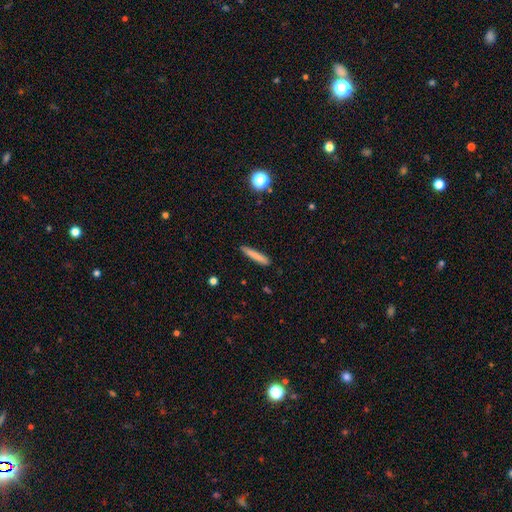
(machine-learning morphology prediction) Q: Smooth or featured?
A: smooth (79%); runner-up: featured or disk (13%)
Q: How rounded?
A: cigar-shaped (94%); runner-up: in between (5%)
Q: Merging?
A: none (88%); runner-up: minor disturbance (9%)